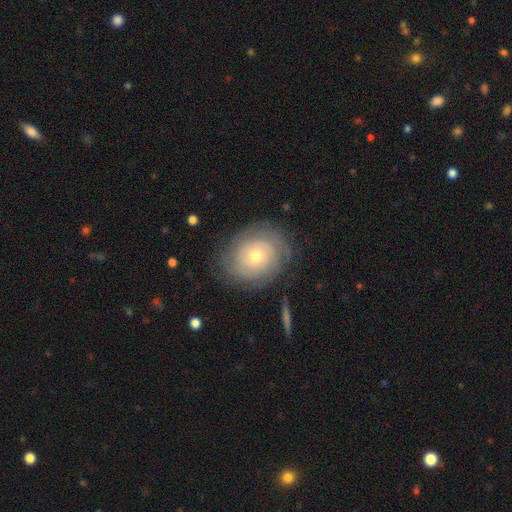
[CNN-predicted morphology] A featured or disk galaxy (59%) with no bar (85%), spiral arms (79%) and a small central bulge (61%).

Vote fractions:
- Smooth or featured? featured or disk: 59% / smooth: 33% / star or artifact: 8%
- Edge-on disk? no: 96% / yes: 4%
- Bar? no: 85% / weak: 13% / strong: 3%
- Spiral arms? yes: 79% / no: 21%
- Bulge size? small: 61% / moderate: 34% / large: 2% / dominant: 1% / none: 1%
- Merging? none: 79% / minor disturbance: 14% / major disturbance: 6% / merger: 1%